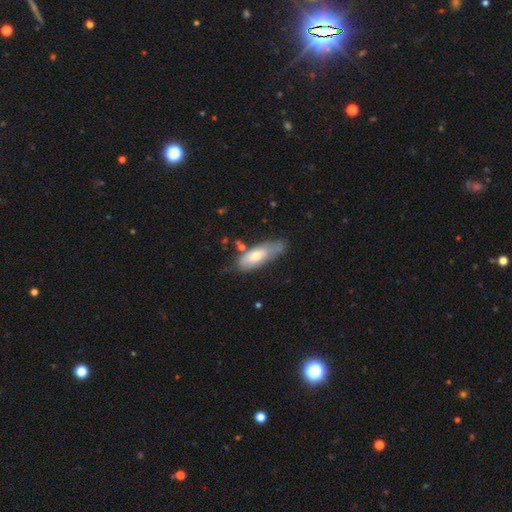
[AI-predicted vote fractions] Smooth or featured?
  - smooth: 65% *
  - featured or disk: 29%
  - star or artifact: 6%
How rounded?
  - in between: 63% *
  - cigar-shaped: 35%
  - round: 2%
Merging?
  - none: 53% *
  - minor disturbance: 30%
  - major disturbance: 9%
  - merger: 7%